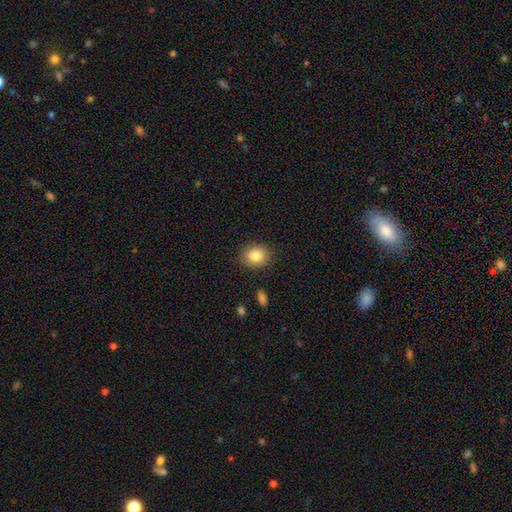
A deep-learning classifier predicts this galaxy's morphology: smooth_or_featured: smooth (p=0.84) [alt: star or artifact p=0.09]
how_rounded: round (p=0.58) [alt: in between p=0.41]
merging: none (p=0.88) [alt: minor disturbance p=0.08]